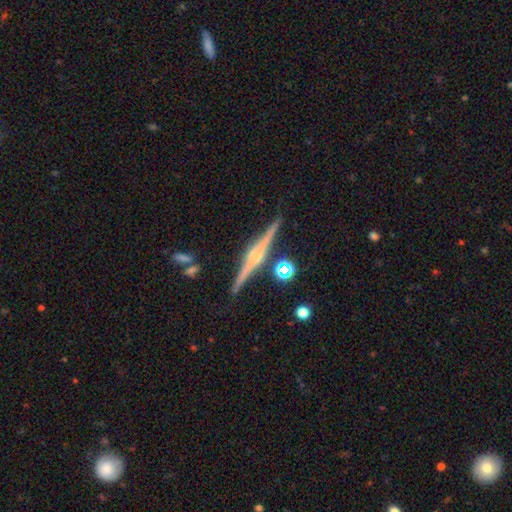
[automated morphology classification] A featured or disk galaxy (84%) viewed edge-on (98%) with a rounded central bulge (84%).

Vote fractions:
- Smooth or featured? featured or disk: 84% / smooth: 9% / star or artifact: 7%
- Edge-on disk? yes: 98% / no: 2%
- Edge-on bulge? rounded: 84% / boxy: 12% / none: 5%
- Merging? none: 89% / minor disturbance: 7% / merger: 2% / major disturbance: 2%